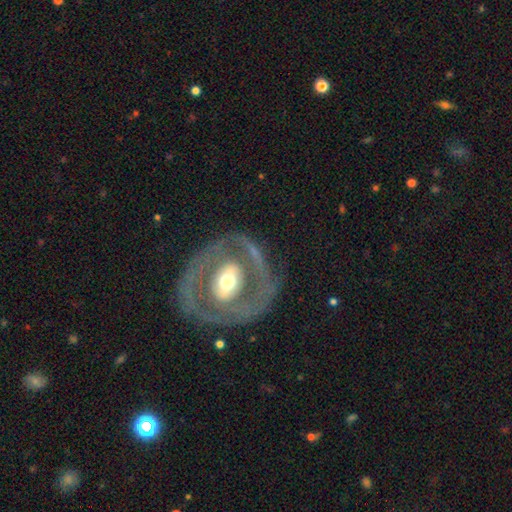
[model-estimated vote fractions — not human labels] Smooth or featured? featured or disk (73%)
Edge-on disk? no (93%)
Bar? no (47%)
Spiral arms? no (63%)
Bulge size? moderate (66%)
Merging? none (73%)